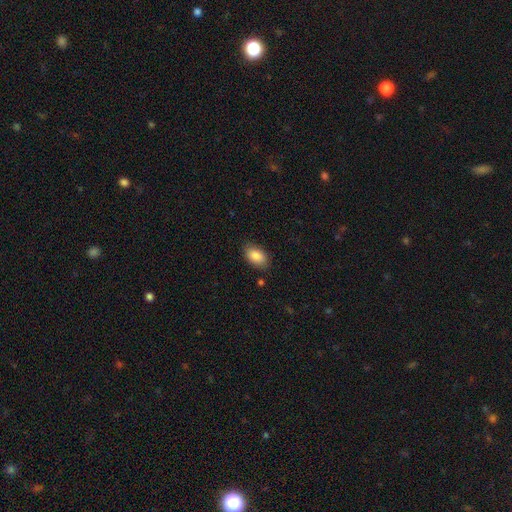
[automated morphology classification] This appears to be a smooth galaxy with no disk features (87%) that is in between round and cigar-shaped (92%). Merging: none (82%).